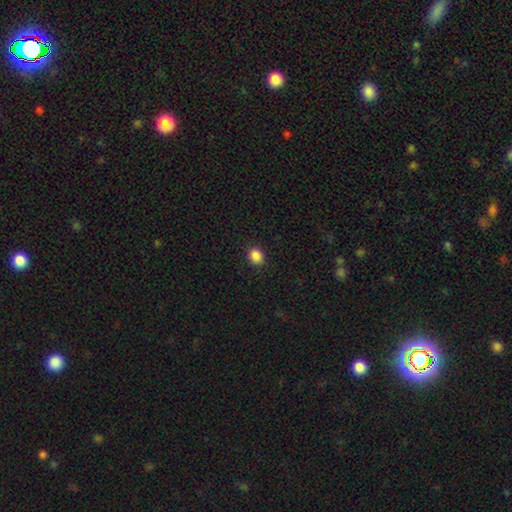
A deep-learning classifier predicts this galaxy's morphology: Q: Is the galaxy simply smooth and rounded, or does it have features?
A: smooth — 87%.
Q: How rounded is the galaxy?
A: round — 71%.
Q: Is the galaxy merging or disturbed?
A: none — 91%.